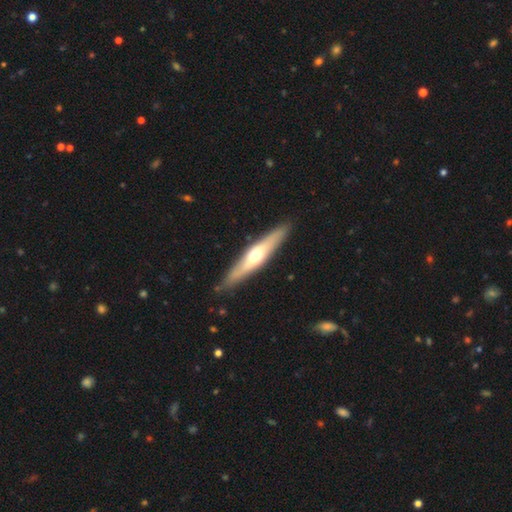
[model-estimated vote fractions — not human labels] A featured or disk galaxy (56%) viewed edge-on (86%).

Vote fractions:
- Smooth or featured? featured or disk: 56% / smooth: 39% / star or artifact: 5%
- Edge-on disk? yes: 86% / no: 14%
- Merging? none: 88% / minor disturbance: 9% / major disturbance: 2% / merger: 1%